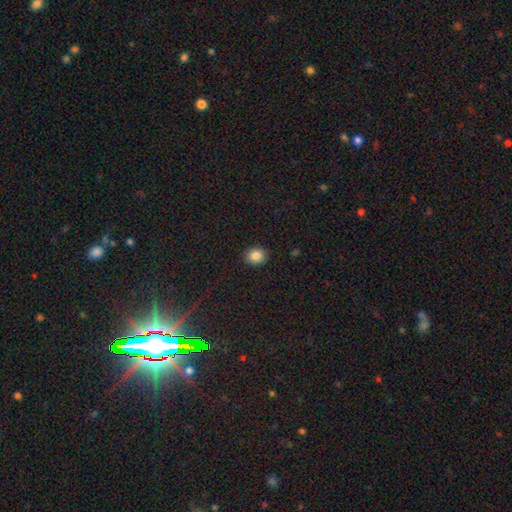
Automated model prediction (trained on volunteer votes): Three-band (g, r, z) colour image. It shows a smooth galaxy with no disk features (85%) that is round (67%). Merging: none (91%).